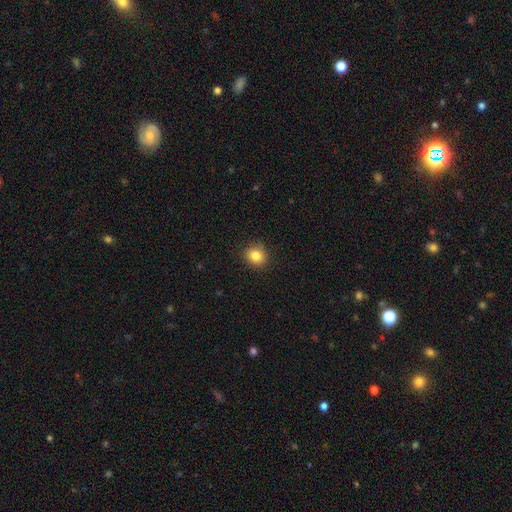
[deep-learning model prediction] smooth_or_featured: smooth (p=0.84) [alt: star or artifact p=0.11]
how_rounded: round (p=0.80) [alt: in between p=0.19]
merging: none (p=0.87) [alt: minor disturbance p=0.10]